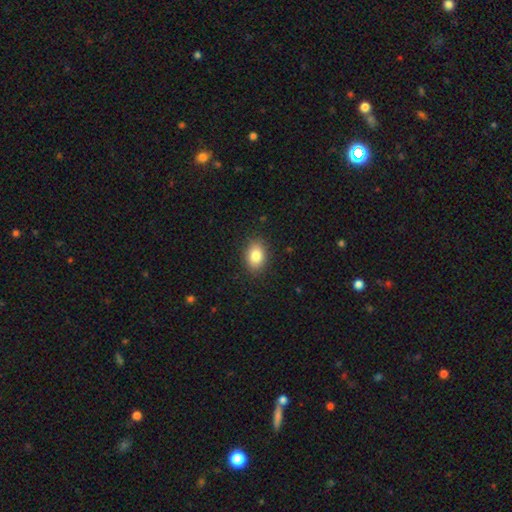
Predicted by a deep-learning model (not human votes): Morphology: type=smooth (85%); roundness=in between (78%); merging=none (88%).